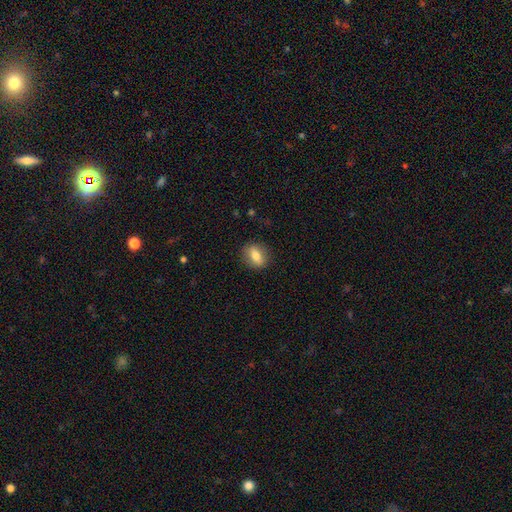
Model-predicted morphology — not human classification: smooth 74%, featured or disk 18%, star or artifact 8%. Down the decision tree: how rounded — in between (63%); merging — none (85%).